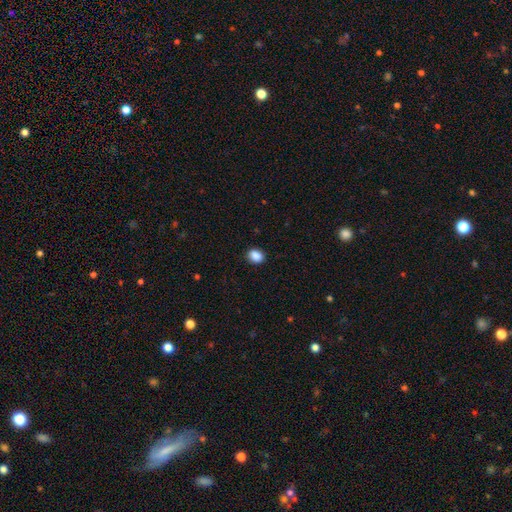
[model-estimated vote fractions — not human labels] Q: Smooth or featured?
A: smooth (89%); runner-up: star or artifact (9%)
Q: How rounded?
A: in between (50%); runner-up: round (49%)
Q: Merging?
A: none (89%); runner-up: minor disturbance (8%)